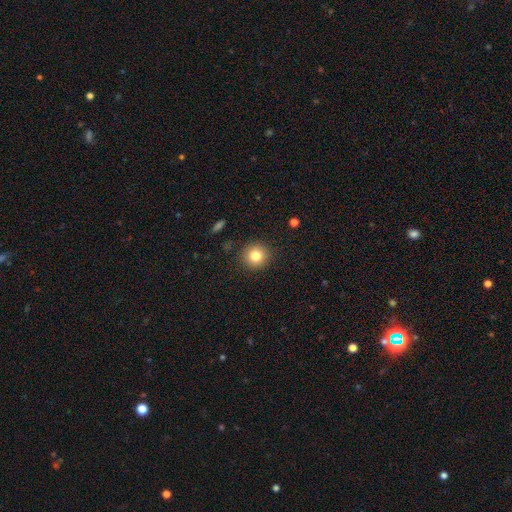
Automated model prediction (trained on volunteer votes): A smooth galaxy with no disk features (83%) that is round (91%). Merging: none (90%).